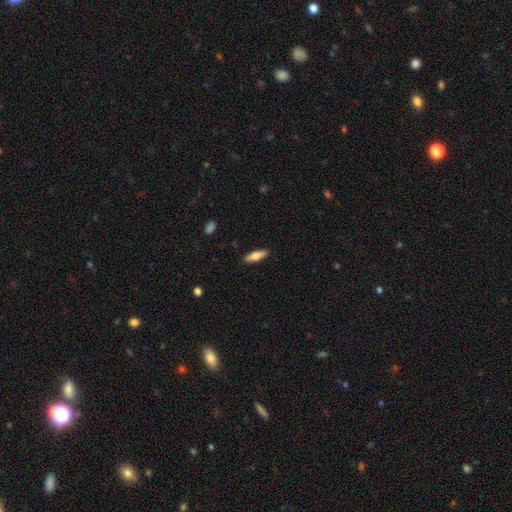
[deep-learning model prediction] Q: Smooth or featured?
A: smooth (68%); runner-up: featured or disk (26%)
Q: How rounded?
A: cigar-shaped (52%); runner-up: in between (46%)
Q: Merging?
A: none (89%); runner-up: minor disturbance (8%)